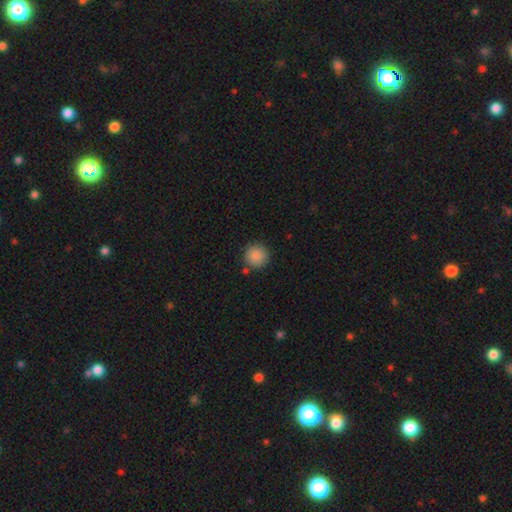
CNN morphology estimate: A smooth galaxy with no disk features (87%) that is round (95%). Merging: none (84%).